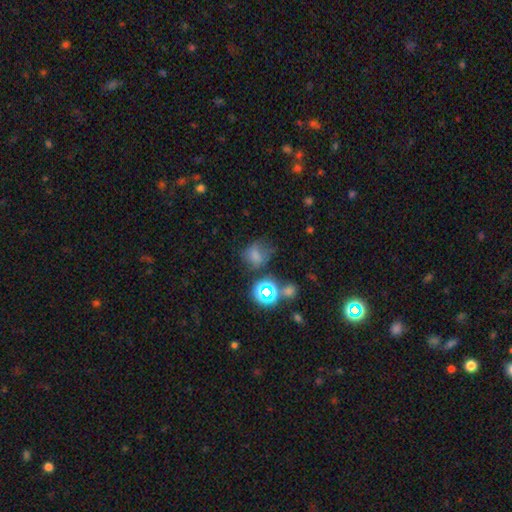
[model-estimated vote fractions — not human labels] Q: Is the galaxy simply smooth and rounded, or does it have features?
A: smooth — 60%.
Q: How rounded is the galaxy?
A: round — 58%.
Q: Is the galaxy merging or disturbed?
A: none — 48%.